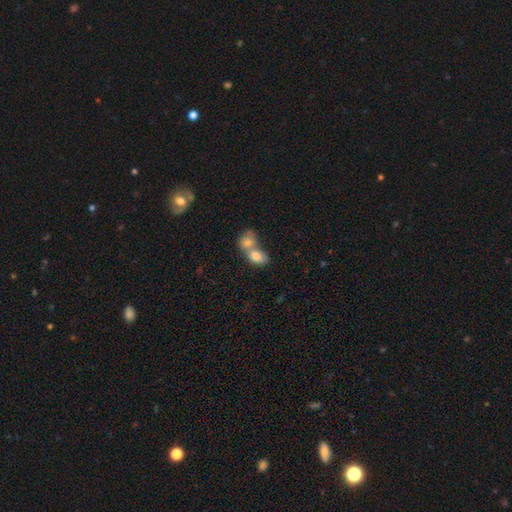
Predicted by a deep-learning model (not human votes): This is likely a smooth galaxy (79%). How rounded: likely in between (75%). Merging: likely merger (74%).